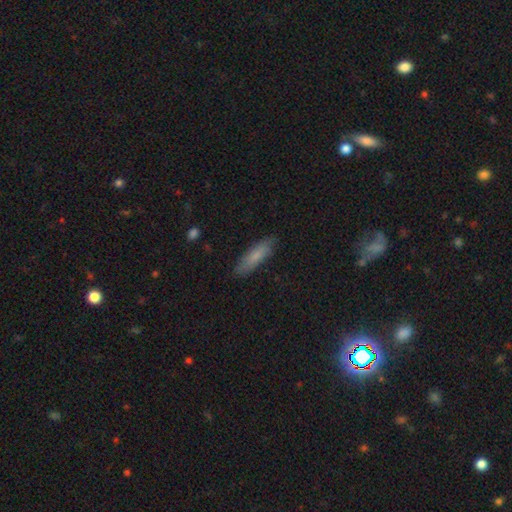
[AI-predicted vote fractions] The model was most divided on "how rounded": cigar-shaped: 67%, in between: 32%, round: 2%. More confident: merging — none (85%); smooth or featured — smooth (78%).